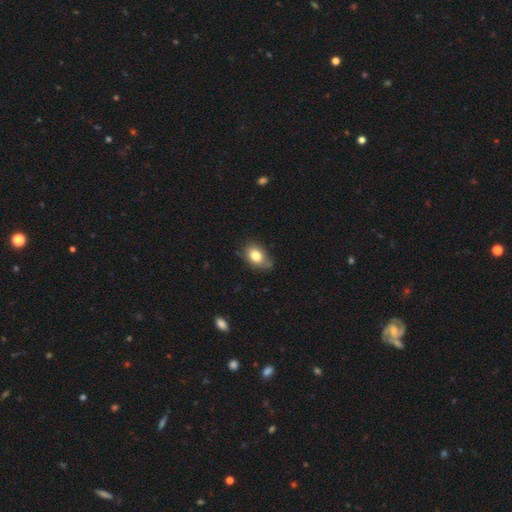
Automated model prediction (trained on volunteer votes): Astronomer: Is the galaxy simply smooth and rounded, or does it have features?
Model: smooth — 80%.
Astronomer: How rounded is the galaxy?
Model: in between — 76%.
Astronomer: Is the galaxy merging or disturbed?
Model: none — 64%.